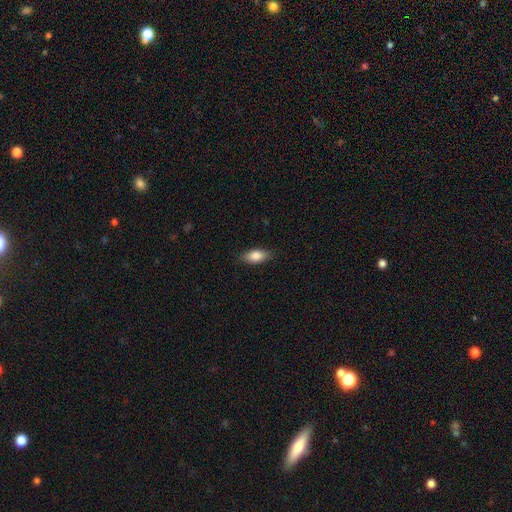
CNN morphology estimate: Smooth or featured?
  - smooth: 83% *
  - featured or disk: 10%
  - star or artifact: 7%
How rounded?
  - in between: 84% *
  - cigar-shaped: 12%
  - round: 4%
Merging?
  - none: 85% *
  - minor disturbance: 12%
  - major disturbance: 2%
  - merger: 1%